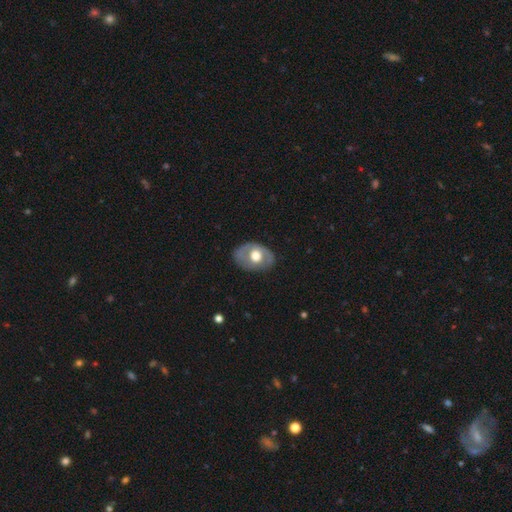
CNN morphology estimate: featured or disk 48%, smooth 46%, star or artifact 6%. Down the decision tree: merging — none (74%).